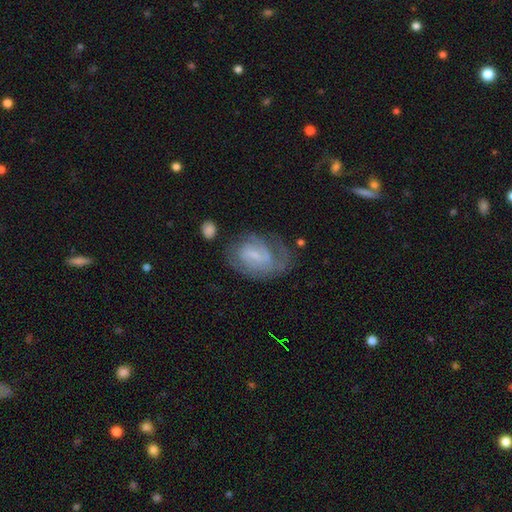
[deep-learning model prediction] Smooth or featured?
  - featured or disk: 67% *
  - smooth: 25%
  - star or artifact: 8%
Edge-on disk?
  - no: 97% *
  - yes: 3%
Bar?
  - weak: 56% *
  - no: 28%
  - strong: 16%
Spiral arms?
  - yes: 83% *
  - no: 17%
Spiral winding?
  - tight: 46% *
  - medium: 38%
  - loose: 16%
Spiral arm count?
  - 2: 40% *
  - can't tell: 33%
  - 1: 15%
  - 3: 7%
  - 4: 2%
  - more than 4: 2%
Bulge size?
  - small: 59% *
  - none: 20%
  - moderate: 18%
  - large: 2%
  - dominant: 1%
Merging?
  - none: 47% *
  - minor disturbance: 26%
  - major disturbance: 23%
  - merger: 4%